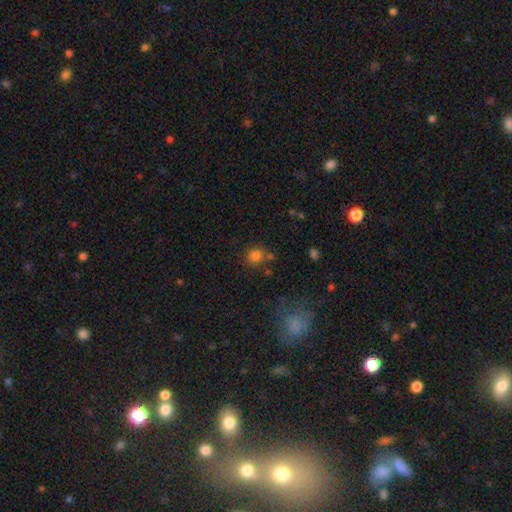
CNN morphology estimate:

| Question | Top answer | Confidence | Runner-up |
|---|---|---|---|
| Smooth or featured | smooth | 79% | star or artifact (15%) |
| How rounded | round | 79% | in between (20%) |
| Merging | none | 68% | minor disturbance (14%) |